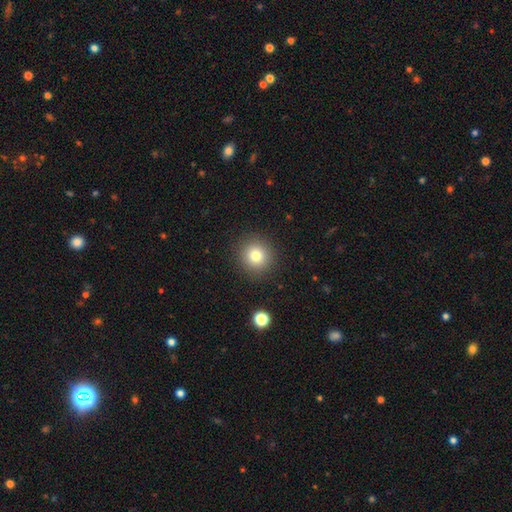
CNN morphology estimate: smooth-or-featured: smooth: 79% | star or artifact: 12% | featured or disk: 9%
  how-rounded: round: 93% | in between: 6% | cigar-shaped: 1%
  merging: none: 90% | minor disturbance: 6% | major disturbance: 3% | merger: 1%